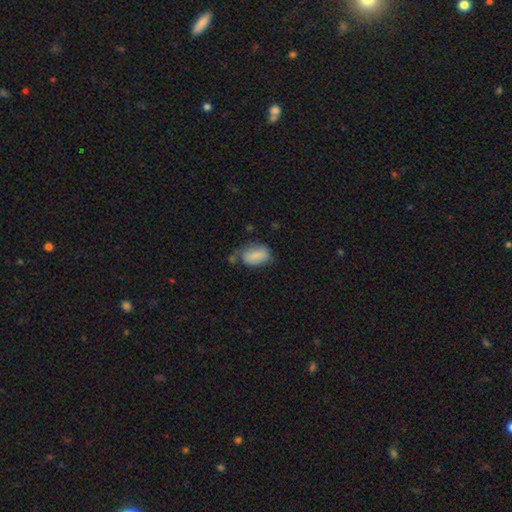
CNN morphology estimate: Smooth or featured? Predicted: smooth (p=0.83). How rounded? Predicted: in between (p=0.90). Merging? Predicted: none (p=0.52).